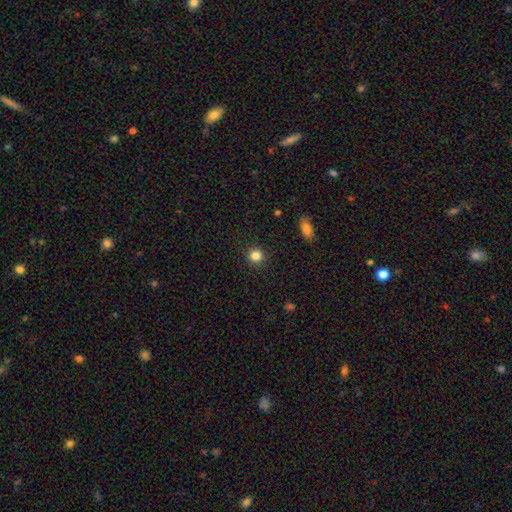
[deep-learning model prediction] Q: Smooth or featured?
A: smooth (84%); runner-up: star or artifact (11%)
Q: How rounded?
A: round (92%); runner-up: in between (7%)
Q: Merging?
A: none (91%); runner-up: minor disturbance (6%)